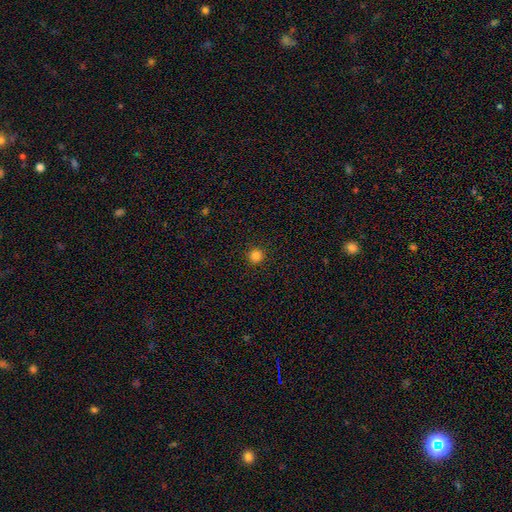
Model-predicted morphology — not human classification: smooth_or_featured: smooth (p=0.83) [alt: star or artifact p=0.13]
how_rounded: round (p=0.95) [alt: in between p=0.04]
merging: none (p=0.92) [alt: minor disturbance p=0.05]